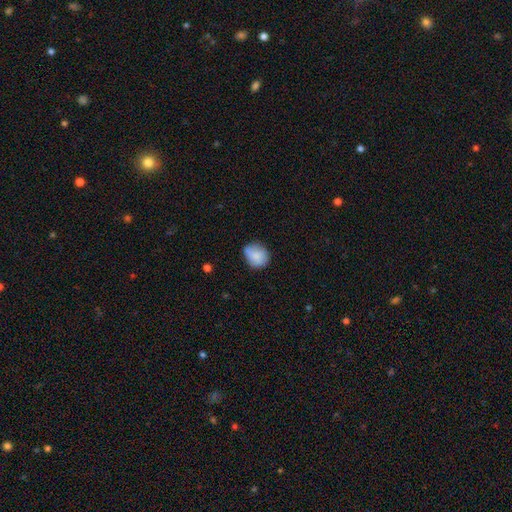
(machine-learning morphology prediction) This appears to be a smooth galaxy with no disk features (80%) that is round (67%). Merging: none (65%).